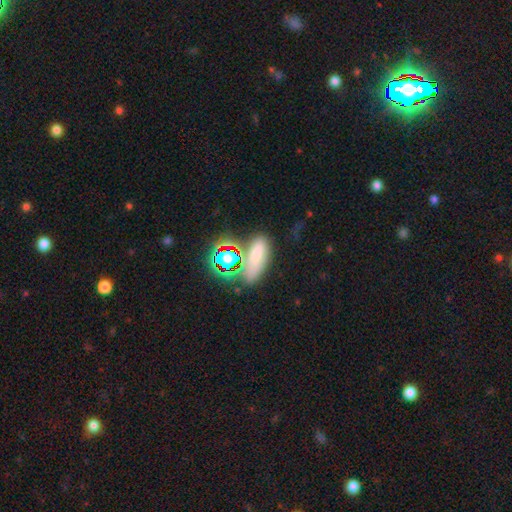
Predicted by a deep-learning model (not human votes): The model was most divided on "smooth or featured": smooth: 60%, star or artifact: 28%, featured or disk: 12%. More confident: how rounded — in between (70%); merging — none (63%).